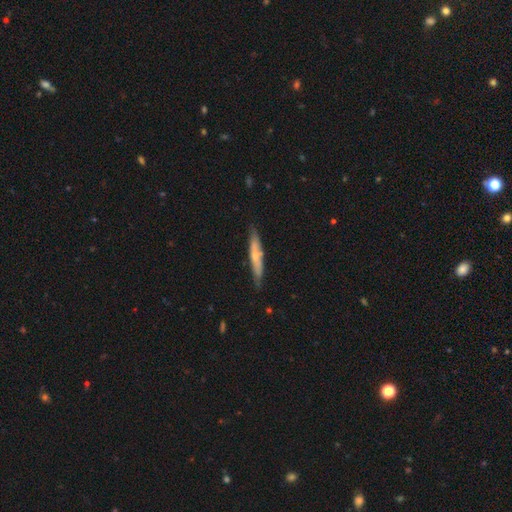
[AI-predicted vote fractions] The model was most divided on "smooth or featured": smooth: 49%, featured or disk: 46%, star or artifact: 5%. More confident: merging — none (76%).